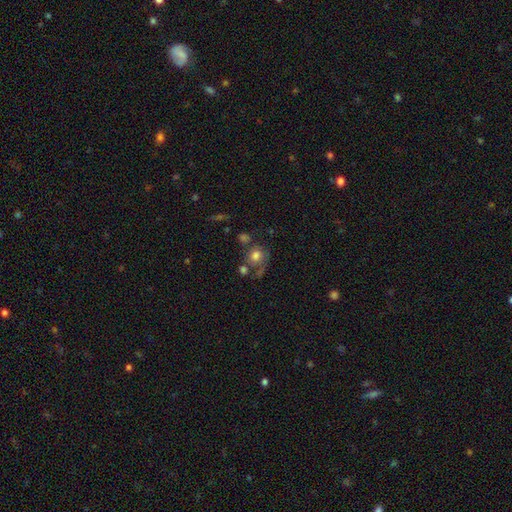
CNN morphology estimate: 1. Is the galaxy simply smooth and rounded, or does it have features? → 62% smooth, 27% featured or disk, 10% star or artifact.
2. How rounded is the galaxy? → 76% round, 23% in between, 1% cigar-shaped.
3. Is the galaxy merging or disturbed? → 39% none, 22% major disturbance, 20% merger, 18% minor disturbance.